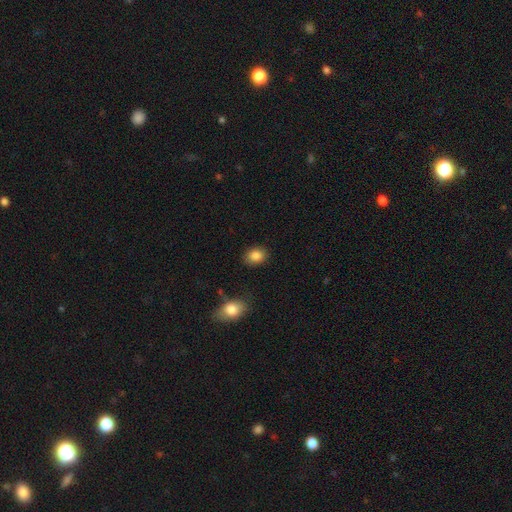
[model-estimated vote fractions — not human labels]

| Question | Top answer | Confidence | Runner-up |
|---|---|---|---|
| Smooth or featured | smooth | 86% | star or artifact (9%) |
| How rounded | in between | 63% | round (36%) |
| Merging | none | 86% | minor disturbance (10%) |